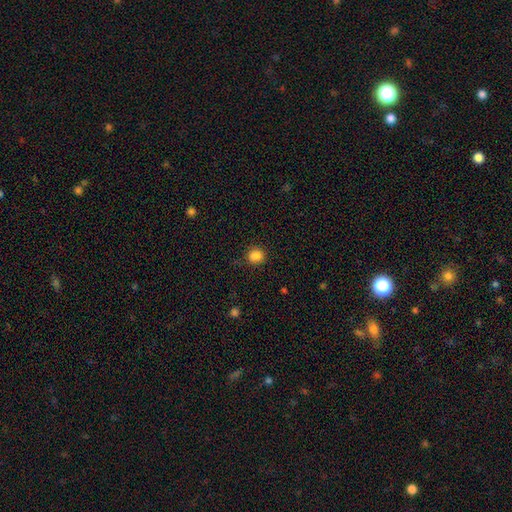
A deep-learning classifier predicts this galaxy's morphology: A smooth galaxy with no disk features (86%) that is round (84%).

Vote fractions:
- Smooth or featured? smooth: 86% / star or artifact: 11% / featured or disk: 3%
- How rounded? round: 84% / in between: 15% / cigar-shaped: 1%
- Merging? none: 87% / minor disturbance: 9% / major disturbance: 3% / merger: 1%